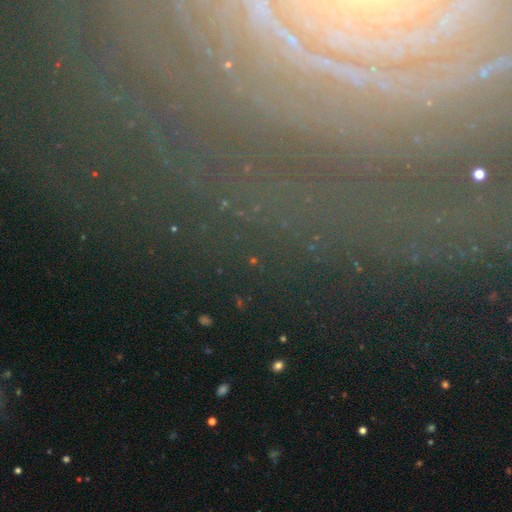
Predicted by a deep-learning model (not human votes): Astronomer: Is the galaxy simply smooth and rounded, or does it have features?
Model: featured or disk — 44% (runner-up: star or artifact, 39%).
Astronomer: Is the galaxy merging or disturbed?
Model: none — 78%.